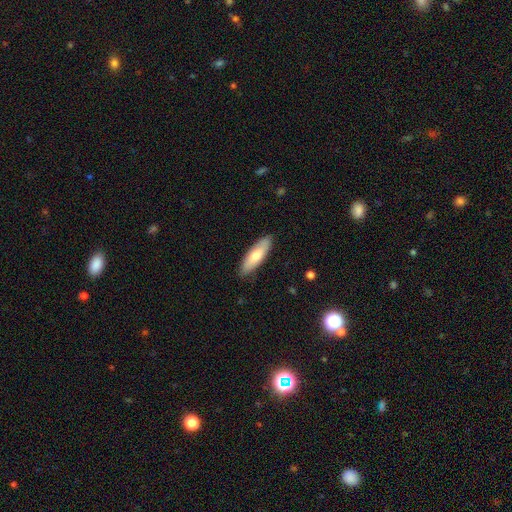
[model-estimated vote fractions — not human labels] A smooth galaxy with no disk features (69%) that is cigar-shaped (50%). Merging: none (87%).